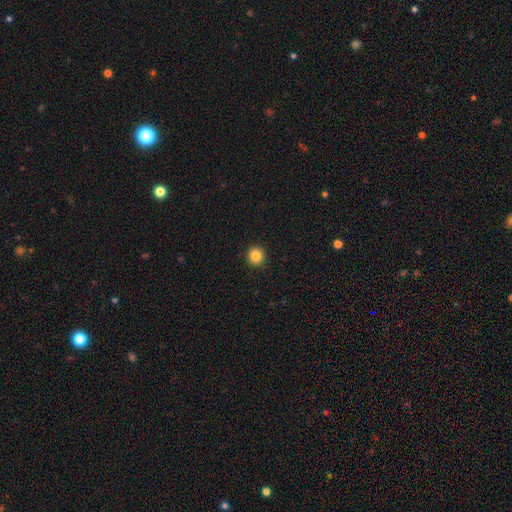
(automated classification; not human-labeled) Q: Smooth or featured?
A: smooth (85%); runner-up: star or artifact (10%)
Q: How rounded?
A: round (93%); runner-up: in between (6%)
Q: Merging?
A: none (93%); runner-up: minor disturbance (4%)